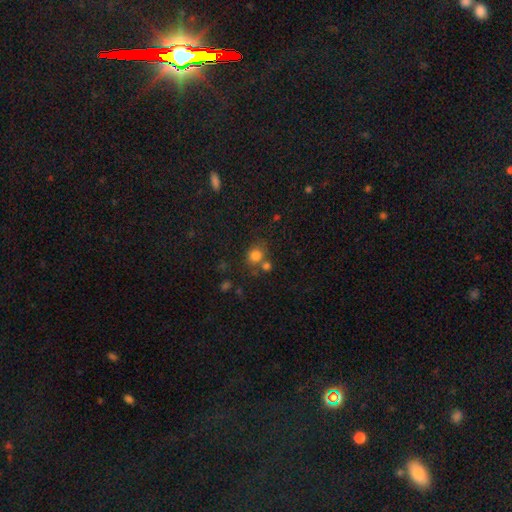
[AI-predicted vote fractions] This is clearly a smooth galaxy (80%). How rounded: likely round (75%). Merging: possibly none (60%).